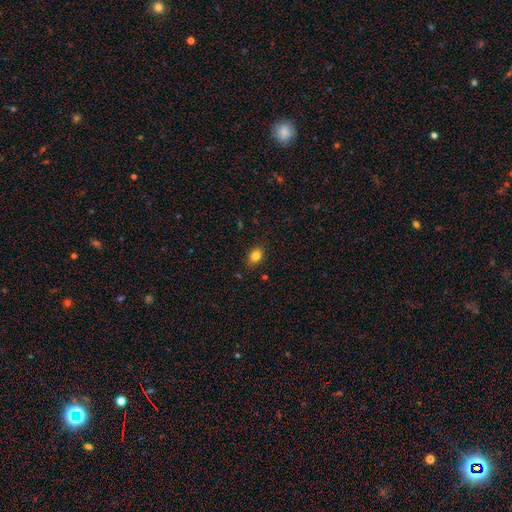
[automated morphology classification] Q: Smooth or featured?
A: smooth (83%); runner-up: star or artifact (10%)
Q: How rounded?
A: in between (75%); runner-up: round (23%)
Q: Merging?
A: none (85%); runner-up: minor disturbance (12%)